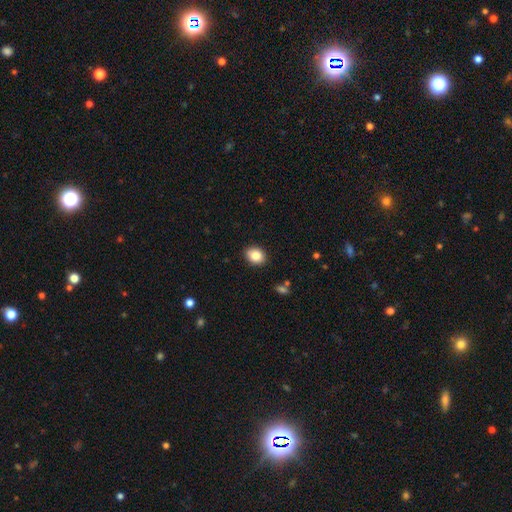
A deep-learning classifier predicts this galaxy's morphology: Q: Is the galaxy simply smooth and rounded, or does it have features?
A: smooth — 85%.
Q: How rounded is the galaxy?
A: in between — 55%.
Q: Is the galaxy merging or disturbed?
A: none — 89%.